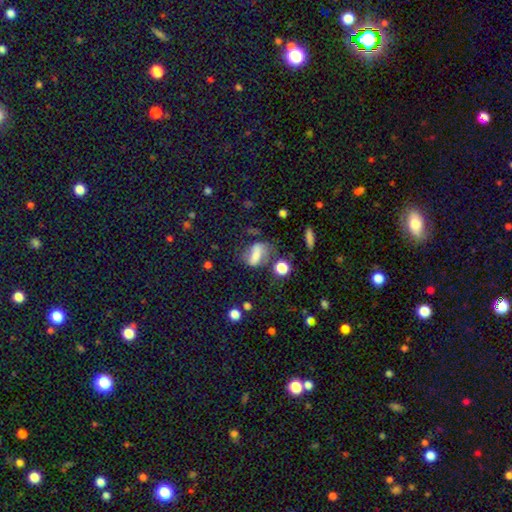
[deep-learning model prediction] This appears to be a smooth galaxy with no disk features (53%) that is in between round and cigar-shaped (72%). Merging: none (38%).